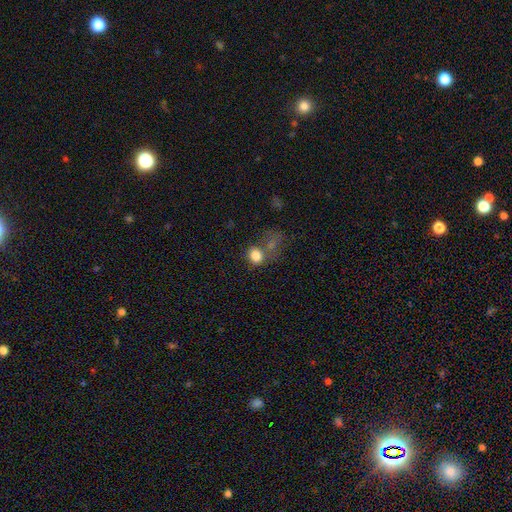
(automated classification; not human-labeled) smooth_or_featured: smooth (p=0.81) [alt: star or artifact p=0.12]
how_rounded: round (p=0.64) [alt: in between p=0.35]
merging: none (p=0.49) [alt: merger p=0.26]